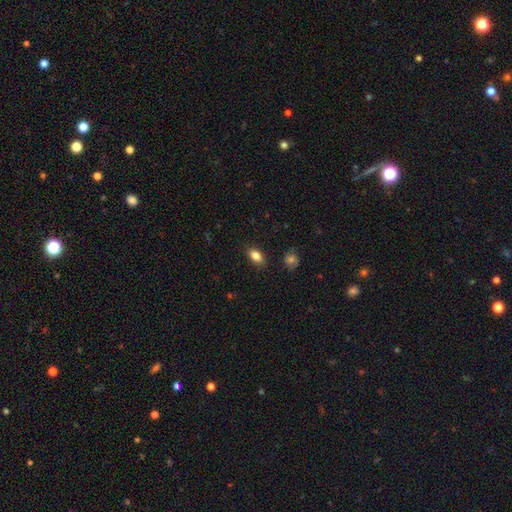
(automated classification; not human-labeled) smooth_or_featured: smooth (p=0.83) [alt: featured or disk p=0.09]
how_rounded: in between (p=0.87) [alt: round p=0.09]
merging: none (p=0.86) [alt: minor disturbance p=0.11]